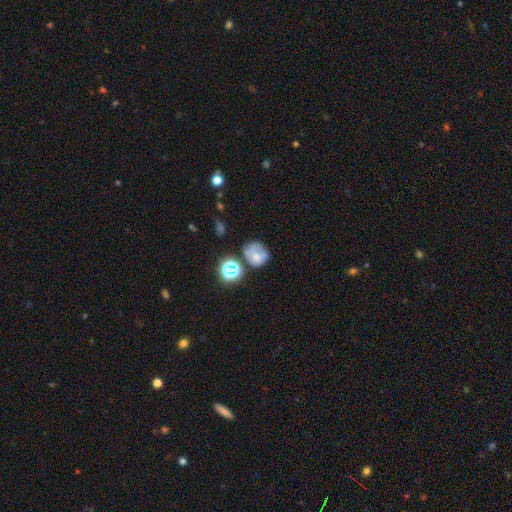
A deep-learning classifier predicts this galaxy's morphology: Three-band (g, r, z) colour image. It shows a smooth galaxy with no disk features (60%) that is round (69%). Merging: none (42%).